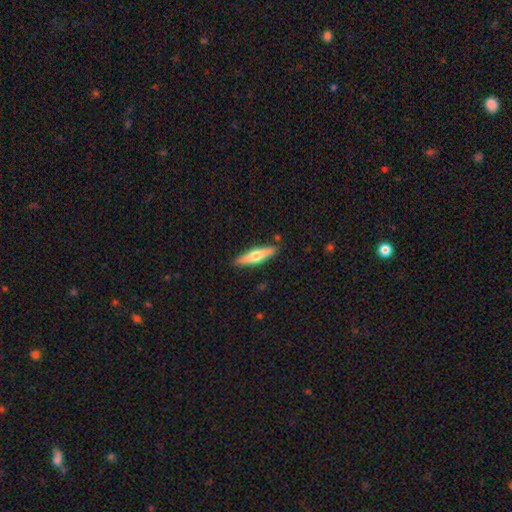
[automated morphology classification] Smooth or featured: featured or disk — 51% (smooth — 44%)
Edge-on disk: yes — 94% (no — 6%)
Merging: none — 88% (minor disturbance — 8%)